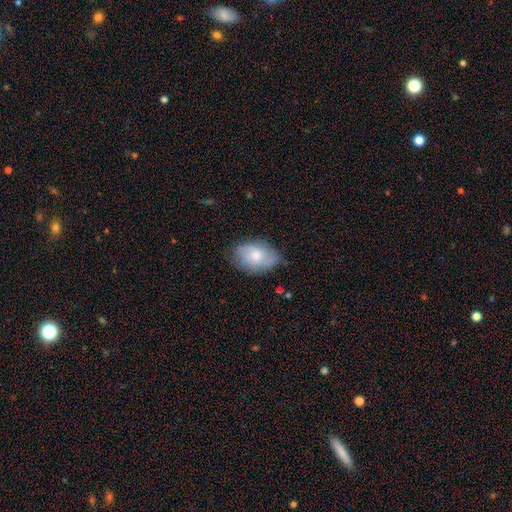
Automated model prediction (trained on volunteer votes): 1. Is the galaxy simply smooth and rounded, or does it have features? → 60% smooth, 33% featured or disk, 8% star or artifact.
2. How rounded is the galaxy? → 82% in between, 17% round, 1% cigar-shaped.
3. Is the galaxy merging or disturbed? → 69% none, 24% minor disturbance, 6% major disturbance, 1% merger.